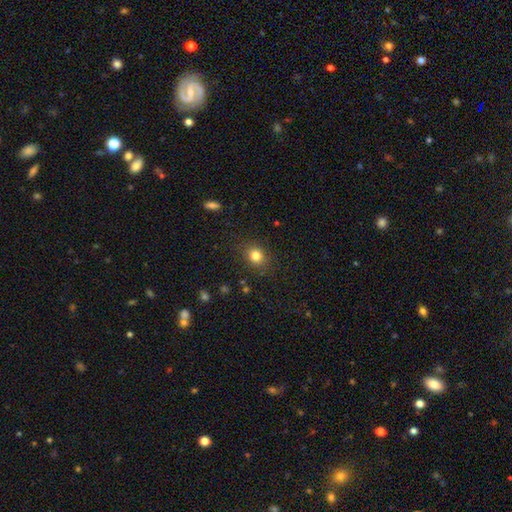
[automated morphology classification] A smooth galaxy with no disk features (81%) that is round (67%). Merging: none (85%).